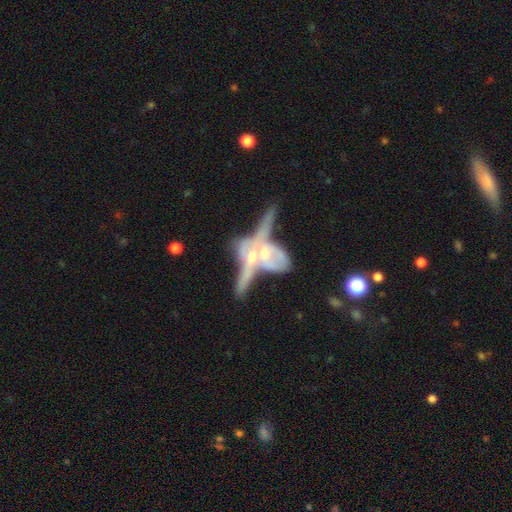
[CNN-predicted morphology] A featured or disk galaxy (70%).

Vote fractions:
- Smooth or featured? featured or disk: 70% / smooth: 21% / star or artifact: 9%
- Edge-on disk? no: 52% / yes: 48%
- Merging? merger: 69% / none: 14% / major disturbance: 10% / minor disturbance: 8%